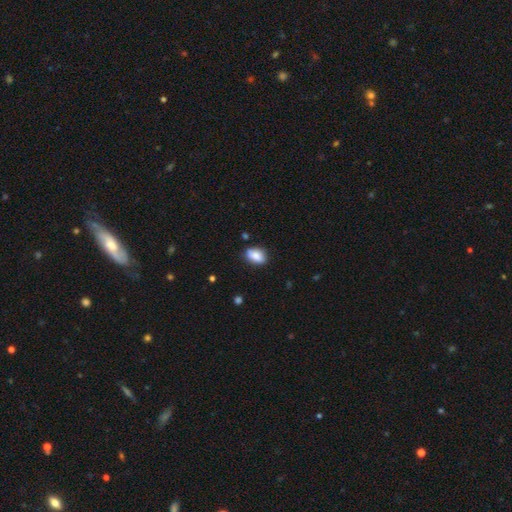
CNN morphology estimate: Smooth or featured: smooth — 86% (star or artifact — 8%)
How rounded: in between — 86% (round — 12%)
Merging: none — 75% (minor disturbance — 19%)